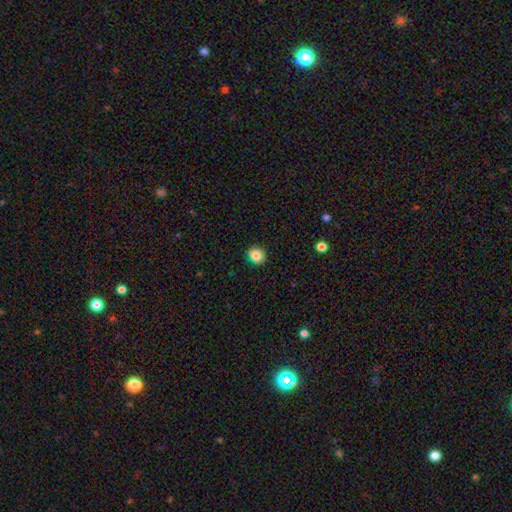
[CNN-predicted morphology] This is clearly a smooth galaxy (84%). How rounded: clearly round (82%). Merging: clearly none (91%).